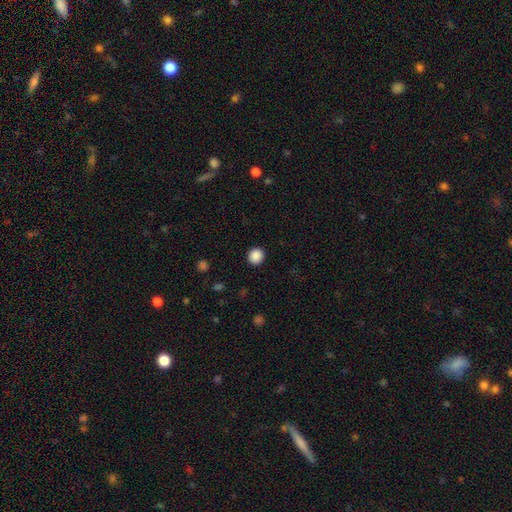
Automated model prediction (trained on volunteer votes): smooth-or-featured: smooth: 88% | star or artifact: 9% | featured or disk: 2%
  how-rounded: round: 89% | in between: 10% | cigar-shaped: 1%
  merging: none: 92% | minor disturbance: 5% | major disturbance: 2% | merger: 1%